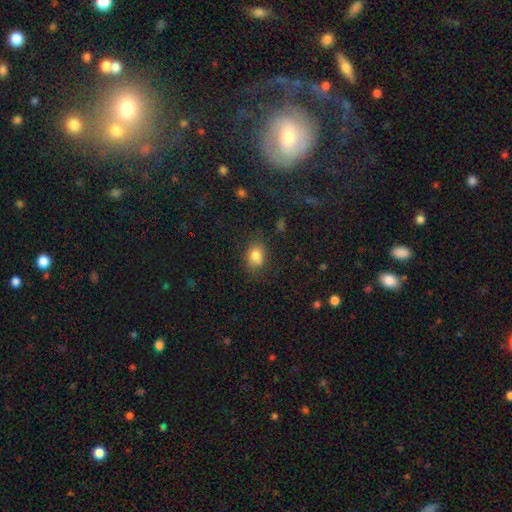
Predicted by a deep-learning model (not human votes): Smooth or featured: smooth — 80% (star or artifact — 11%)
How rounded: in between — 71% (round — 28%)
Merging: none — 65% (minor disturbance — 23%)